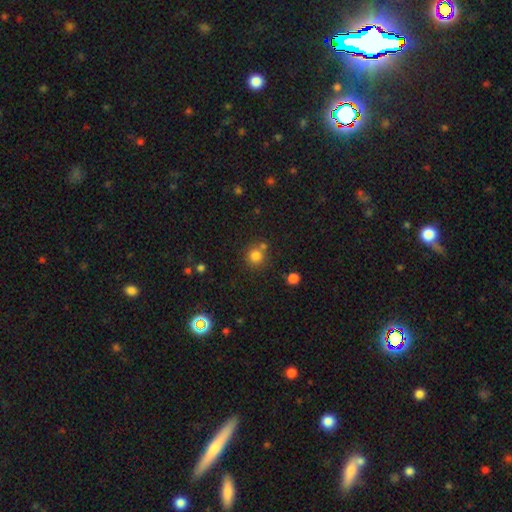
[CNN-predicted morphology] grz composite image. It shows a smooth galaxy with no disk features (81%) that is round (92%). Merging: none (70%).